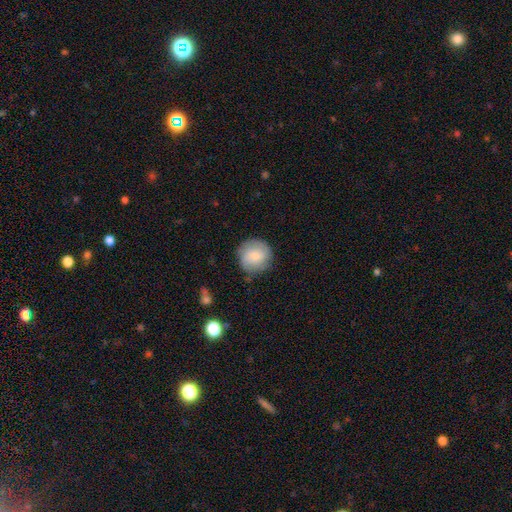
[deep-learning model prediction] A smooth galaxy with no disk features (65%) that is round (92%). Merging: none (79%).